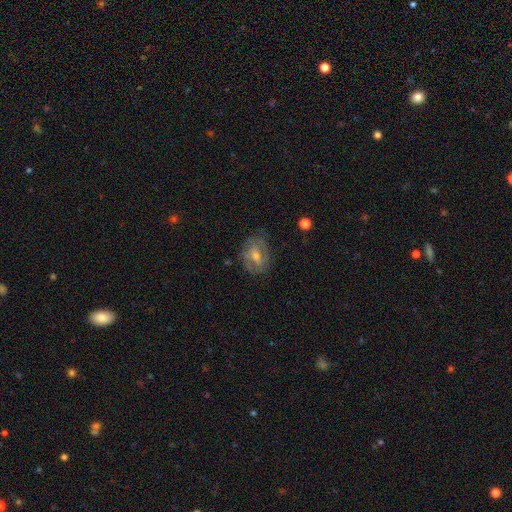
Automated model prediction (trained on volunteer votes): smooth-or-featured: featured or disk: 56% | smooth: 33% | star or artifact: 11%
  disk-edge-on: no: 94% | yes: 6%
    bar: weak: 46% | no: 40% | strong: 14%
    has-spiral-arms: yes: 63% | no: 37%
    bulge-size: moderate: 53% | small: 39% | none: 3% | large: 3% | dominant: 1%
  merging: none: 67% | minor disturbance: 22% | major disturbance: 10% | merger: 1%